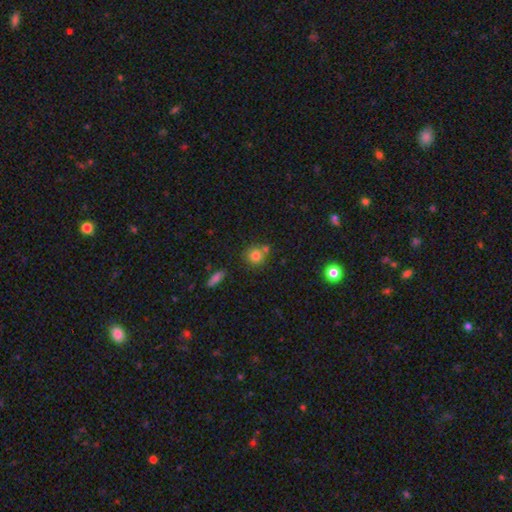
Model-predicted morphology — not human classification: Smooth or featured? Predicted: smooth (p=0.79). How rounded? Predicted: round (p=0.87). Merging? Predicted: none (p=0.60).